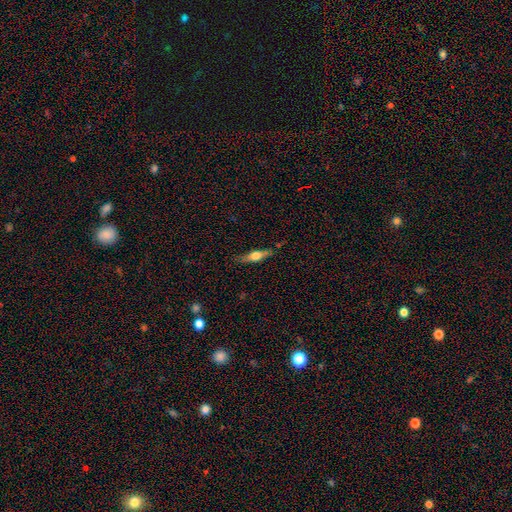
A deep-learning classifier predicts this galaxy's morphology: Smooth or featured: featured or disk — 47% (smooth — 46%)
Merging: none — 77% (minor disturbance — 16%)